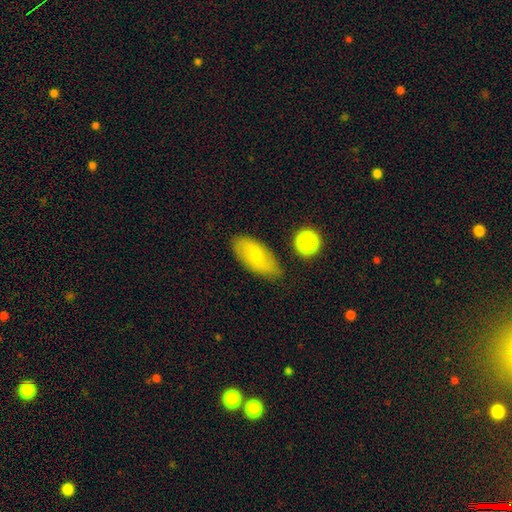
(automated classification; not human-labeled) Morphology: type=smooth (56%); roundness=in between (88%); merging=none (77%).